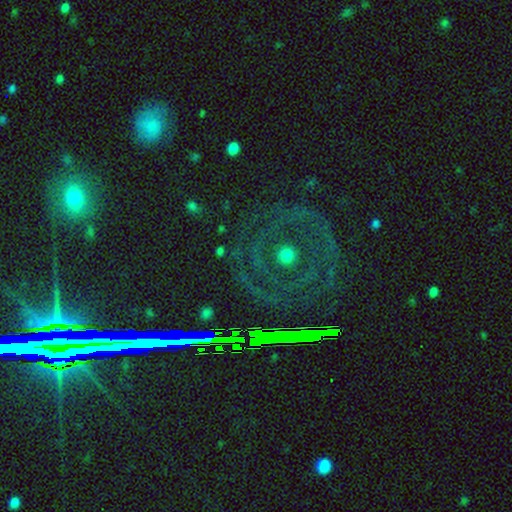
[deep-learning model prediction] A featured or disk galaxy (48%).

Vote fractions:
- Smooth or featured? featured or disk: 48% / star or artifact: 32% / smooth: 20%
- Merging? none: 78% / minor disturbance: 11% / major disturbance: 8% / merger: 2%